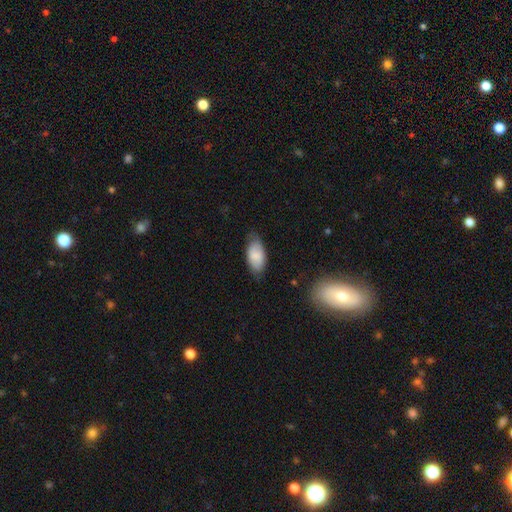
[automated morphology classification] Smooth or featured? smooth (79%)
How rounded? in between (93%)
Merging? none (70%)